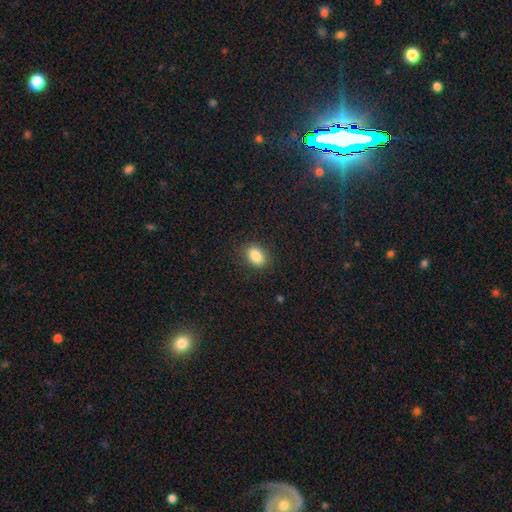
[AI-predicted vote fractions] A smooth galaxy with no disk features (86%) that is in between round and cigar-shaped (75%).

Vote fractions:
- Smooth or featured? smooth: 86% / star or artifact: 9% / featured or disk: 6%
- How rounded? in between: 75% / round: 24% / cigar-shaped: 1%
- Merging? none: 87% / minor disturbance: 10% / major disturbance: 3% / merger: 1%